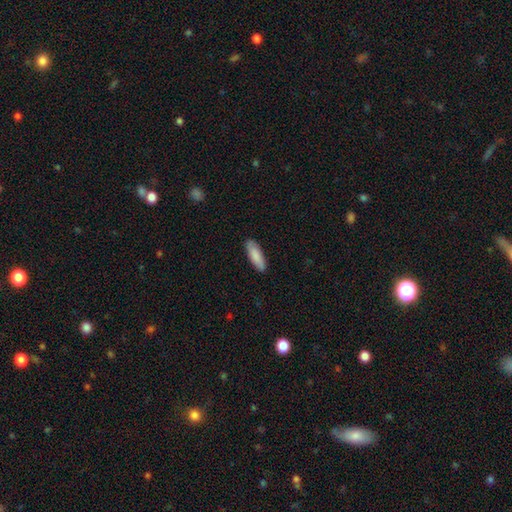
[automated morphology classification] A smooth galaxy with no disk features (85%) that is in between round and cigar-shaped (57%).

Vote fractions:
- Smooth or featured? smooth: 85% / featured or disk: 10% / star or artifact: 5%
- How rounded? in between: 57% / cigar-shaped: 41% / round: 1%
- Merging? none: 87% / minor disturbance: 11% / major disturbance: 2% / merger: 1%